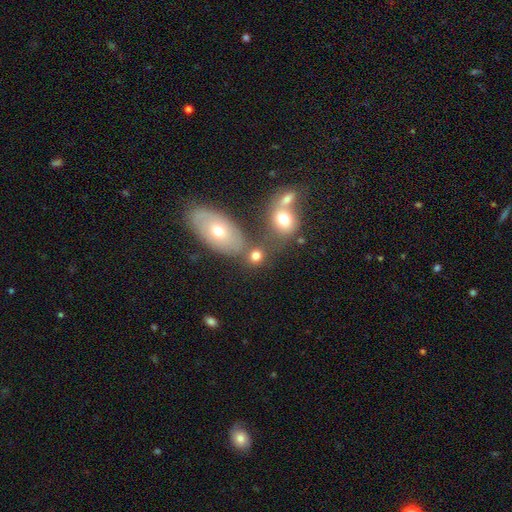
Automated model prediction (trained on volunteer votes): smooth 74%, featured or disk 13%, star or artifact 13%. Down the decision tree: how rounded — round (60%); merging — none (57%).